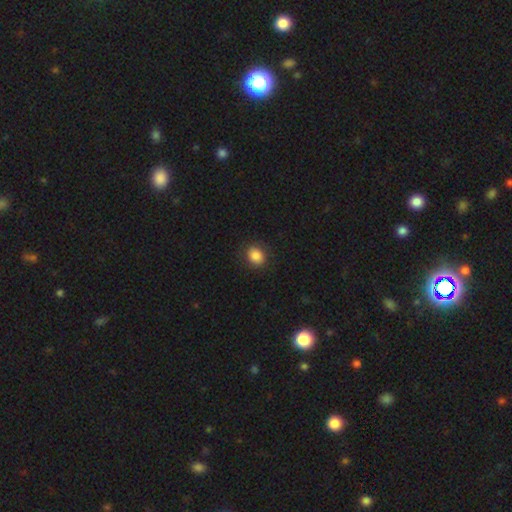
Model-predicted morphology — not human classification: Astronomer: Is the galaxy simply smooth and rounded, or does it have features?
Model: smooth — 84%.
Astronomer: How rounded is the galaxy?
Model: round — 66%.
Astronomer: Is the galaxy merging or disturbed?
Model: none — 84%.